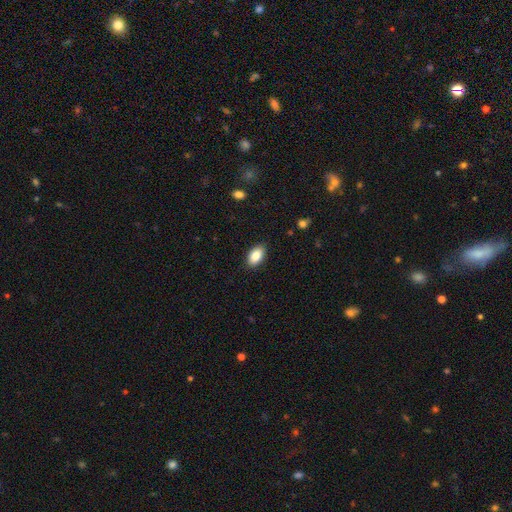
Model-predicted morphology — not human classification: Smooth or featured? Predicted: smooth (p=0.87). How rounded? Predicted: in between (p=0.92). Merging? Predicted: none (p=0.87).